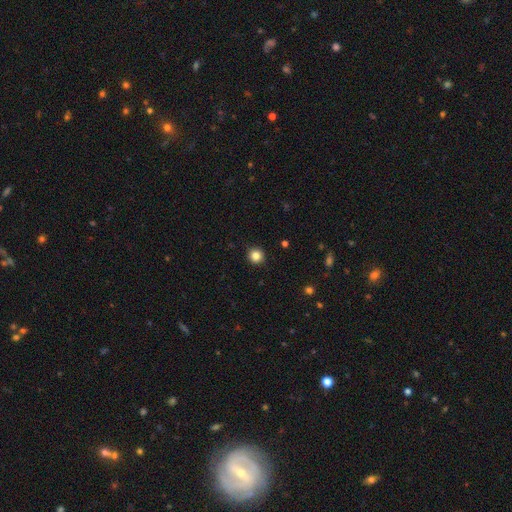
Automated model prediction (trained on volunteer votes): Overall: smooth (84%). How rounded: round (94%). Merging: none (92%).